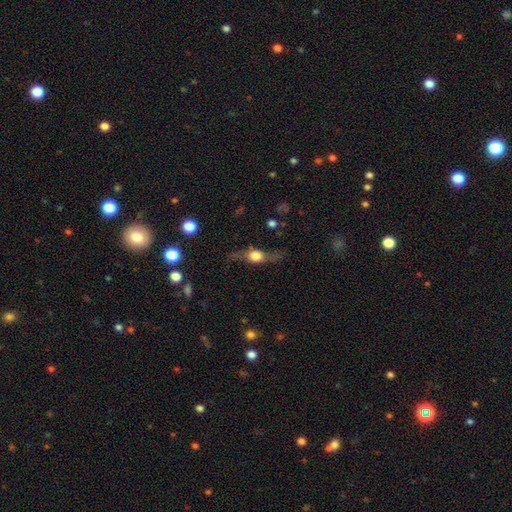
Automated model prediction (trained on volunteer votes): smooth-or-featured: featured or disk: 62% | smooth: 30% | star or artifact: 8%
  disk-edge-on: yes: 81% | no: 19%
  merging: none: 71% | minor disturbance: 17% | major disturbance: 10% | merger: 2%